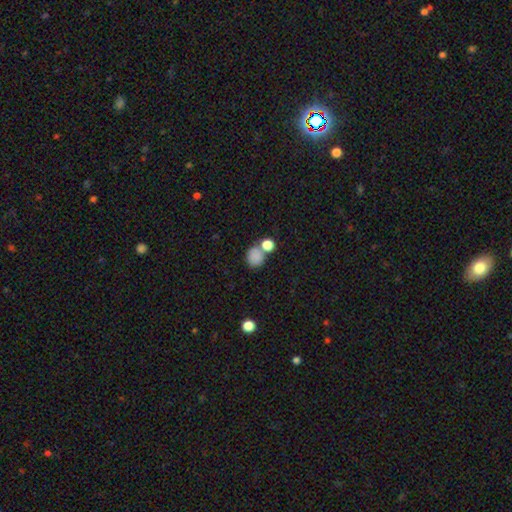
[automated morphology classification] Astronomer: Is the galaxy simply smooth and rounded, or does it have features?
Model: smooth — 82%.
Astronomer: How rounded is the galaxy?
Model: round — 72%.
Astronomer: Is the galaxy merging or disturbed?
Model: none — 51% (runner-up: merger, 31%).